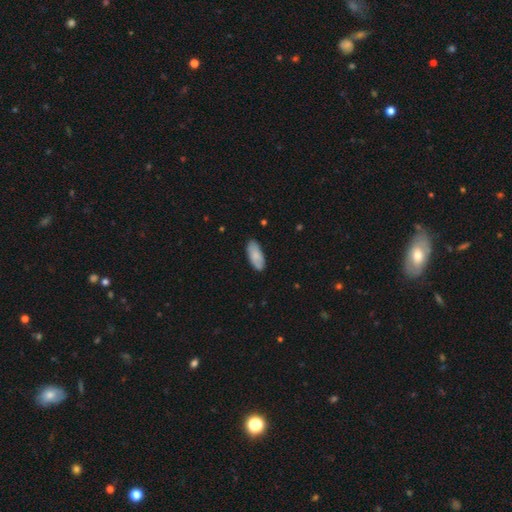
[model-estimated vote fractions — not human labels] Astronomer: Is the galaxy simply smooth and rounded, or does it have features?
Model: smooth — 81%.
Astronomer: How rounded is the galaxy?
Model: in between — 86%.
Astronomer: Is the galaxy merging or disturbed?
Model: none — 83%.